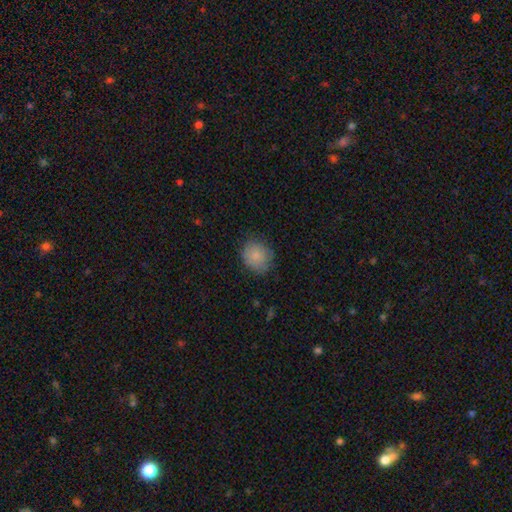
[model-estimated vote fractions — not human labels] A smooth galaxy with no disk features (85%) that is round (74%).

Vote fractions:
- Smooth or featured? smooth: 85% / star or artifact: 8% / featured or disk: 7%
- How rounded? round: 74% / in between: 25% / cigar-shaped: 1%
- Merging? none: 78% / minor disturbance: 17% / major disturbance: 4% / merger: 1%